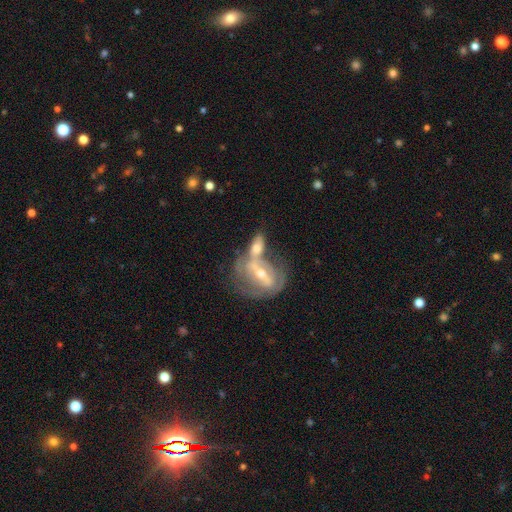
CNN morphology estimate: Q: Smooth or featured?
A: featured or disk (76%); runner-up: smooth (16%)
Q: Edge-on disk?
A: no (90%); runner-up: yes (10%)
Q: Bar?
A: strong (49%); runner-up: weak (33%)
Q: Spiral arms?
A: yes (69%); runner-up: no (31%)
Q: Bulge size?
A: moderate (55%); runner-up: small (40%)
Q: Merging?
A: merger (54%); runner-up: none (26%)